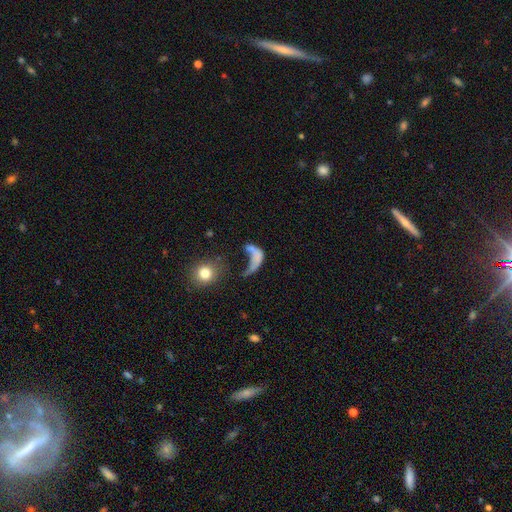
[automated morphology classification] Smooth or featured: smooth — 50% (featured or disk — 37%)
Merging: major disturbance — 53% (merger — 19%)